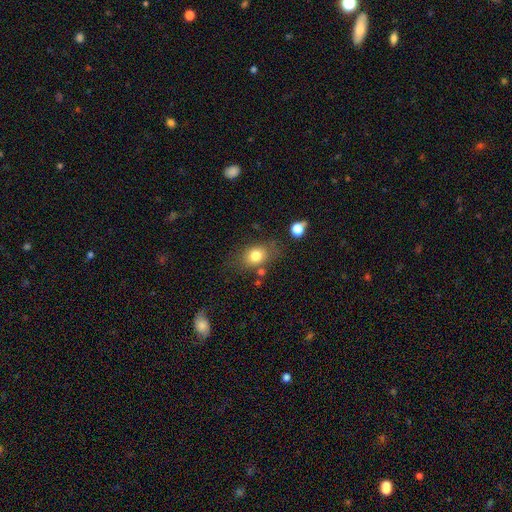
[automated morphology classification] The model was most divided on "how rounded": in between: 61%, round: 38%, cigar-shaped: 1%. More confident: smooth or featured — smooth (78%); merging — none (68%).